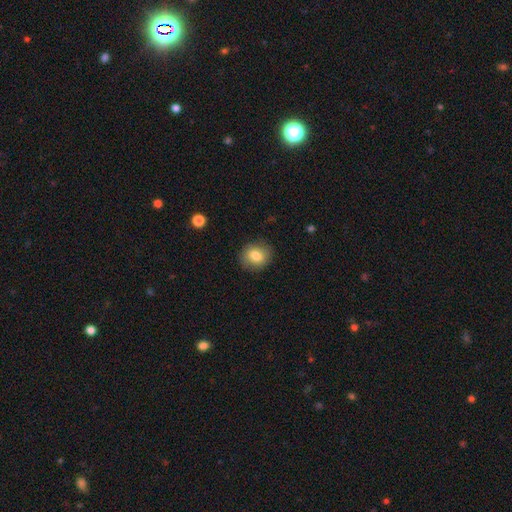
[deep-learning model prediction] smooth_or_featured: smooth (p=0.81) [alt: featured or disk p=0.11]
how_rounded: round (p=0.69) [alt: in between p=0.30]
merging: none (p=0.85) [alt: minor disturbance p=0.11]